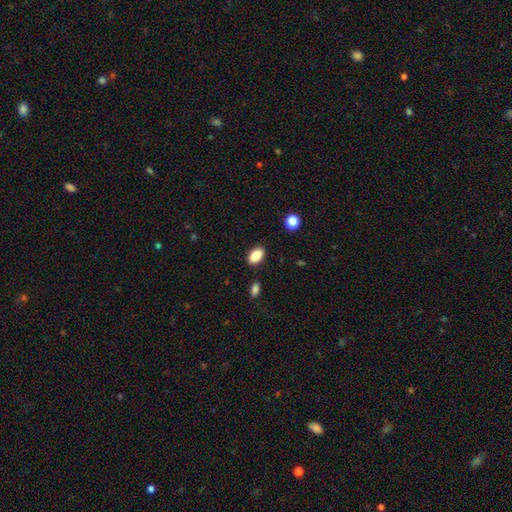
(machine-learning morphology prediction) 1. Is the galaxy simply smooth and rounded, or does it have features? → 86% smooth, 8% star or artifact, 6% featured or disk.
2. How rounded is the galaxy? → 90% in between, 8% round, 2% cigar-shaped.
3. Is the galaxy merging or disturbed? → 87% none, 9% minor disturbance, 2% major disturbance, 2% merger.